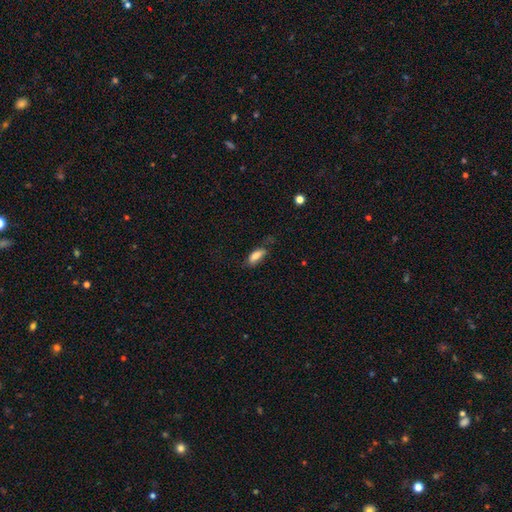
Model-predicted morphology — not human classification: Smooth or featured? Predicted: smooth (p=0.82). How rounded? Predicted: in between (p=0.78). Merging? Predicted: none (p=0.61).